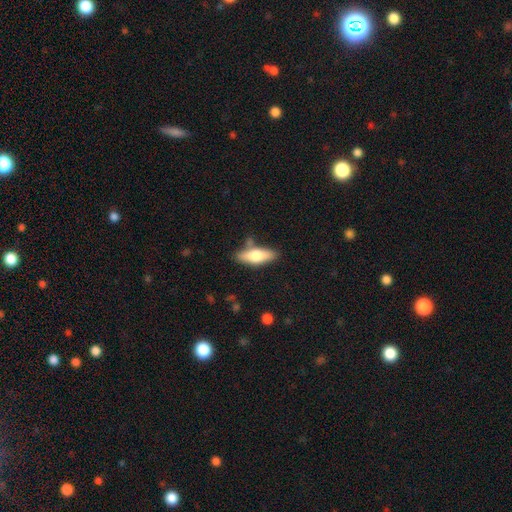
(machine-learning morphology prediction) smooth-or-featured: smooth: 64% | featured or disk: 30% | star or artifact: 6%
  how-rounded: in between: 61% | cigar-shaped: 36% | round: 3%
  merging: none: 73% | minor disturbance: 16% | merger: 7% | major disturbance: 4%